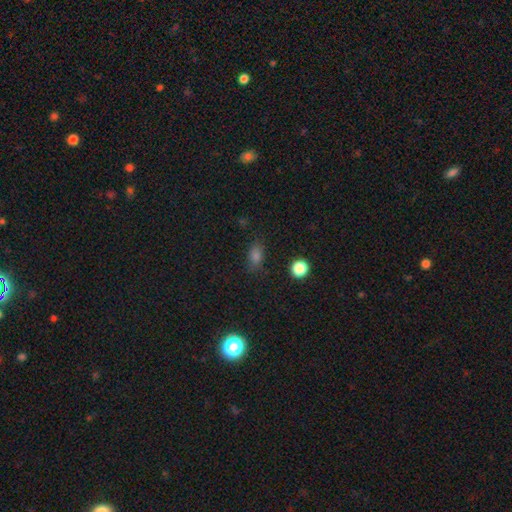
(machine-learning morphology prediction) A smooth galaxy with no disk features (76%) that is in between round and cigar-shaped (77%). Merging: none (79%).